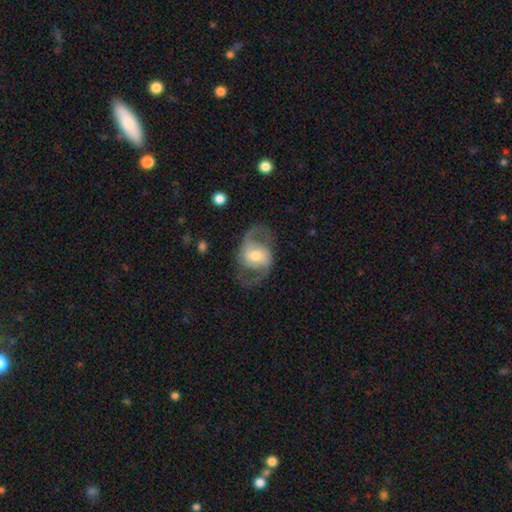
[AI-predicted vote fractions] The model was most divided on "bar": weak: 43%, no: 42%, strong: 15%. More confident: edge-on disk — no (97%); spiral arms — yes (93%); spiral arm count — 2 (92%); smooth or featured — featured or disk (84%); merging — none (72%); bulge size — moderate (66%); spiral winding — medium (52%).